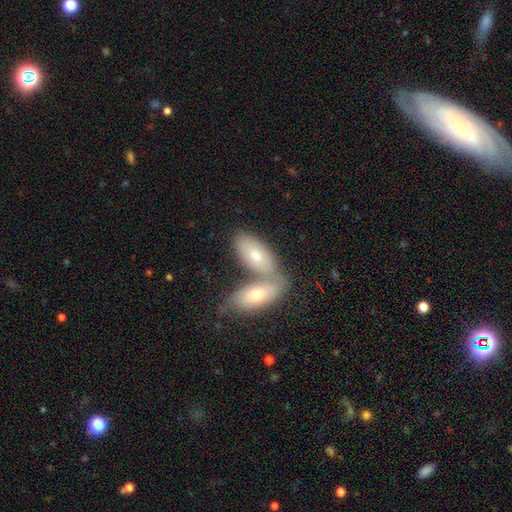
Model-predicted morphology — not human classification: Smooth or featured: smooth — 68% (featured or disk — 27%)
How rounded: in between — 88% (cigar-shaped — 10%)
Merging: merger — 56% (none — 32%)